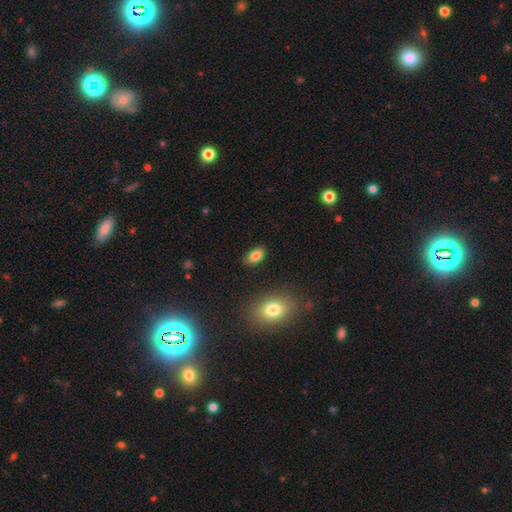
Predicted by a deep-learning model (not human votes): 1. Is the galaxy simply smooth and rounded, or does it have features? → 84% smooth, 9% star or artifact, 7% featured or disk.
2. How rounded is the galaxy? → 88% in between, 10% round, 2% cigar-shaped.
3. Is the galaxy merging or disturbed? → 84% none, 11% minor disturbance, 3% major disturbance, 2% merger.